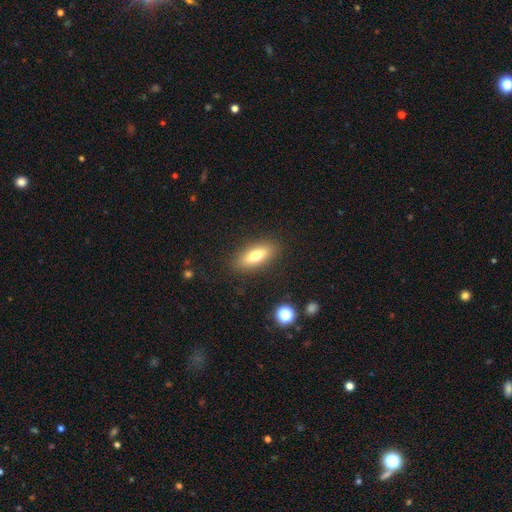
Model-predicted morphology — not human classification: The model was most divided on "how rounded": in between: 62%, cigar-shaped: 35%, round: 3%. More confident: merging — none (87%); smooth or featured — smooth (66%).